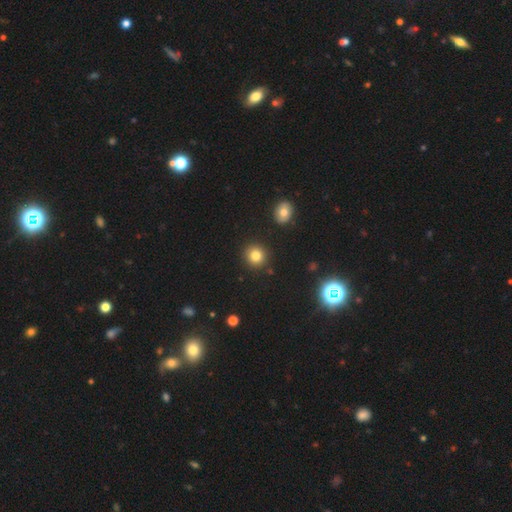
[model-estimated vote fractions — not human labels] This is clearly a smooth galaxy (81%). How rounded: clearly round (91%). Merging: clearly none (89%).